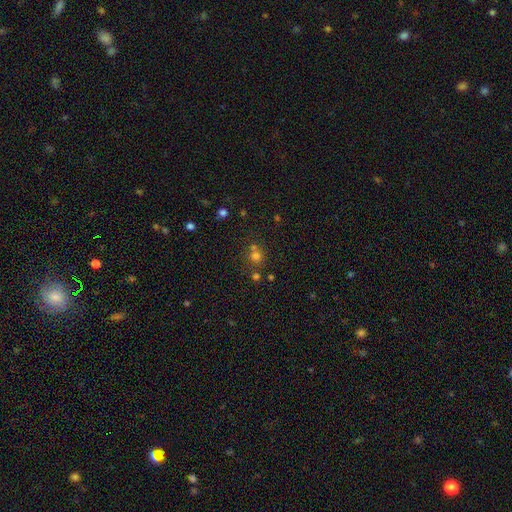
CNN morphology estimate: smooth-or-featured: smooth: 64% | star or artifact: 26% | featured or disk: 10%
  how-rounded: round: 87% | in between: 12% | cigar-shaped: 1%
  merging: none: 60% | merger: 28% | minor disturbance: 8% | major disturbance: 4%